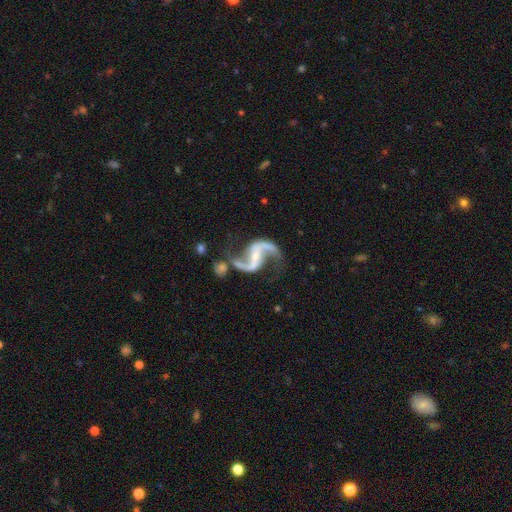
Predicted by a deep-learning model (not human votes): featured or disk 93%, star or artifact 4%, smooth 3%. Down the decision tree: edge-on disk — no (98%); bar — strong (46%); spiral arms — yes (98%); spiral arm count — 2 (94%); spiral winding — loose (72%); bulge size — small (64%); merging — none (63%).